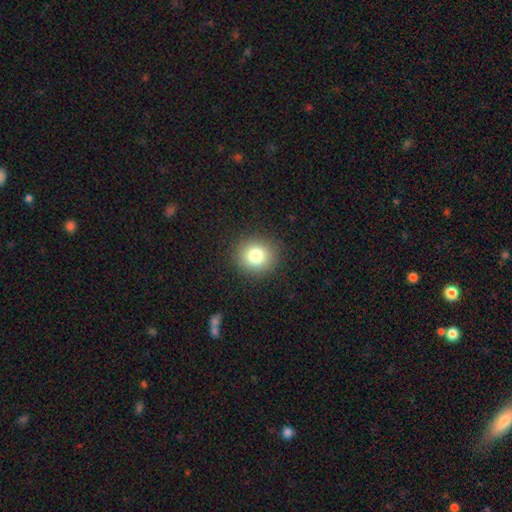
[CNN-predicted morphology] Overall: smooth (80%). How rounded: round (88%). Merging: none (90%).